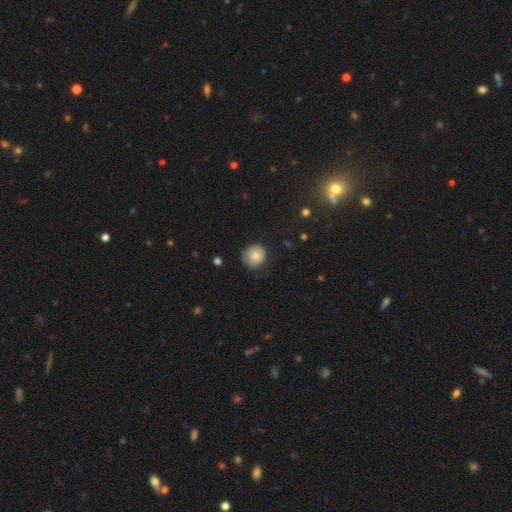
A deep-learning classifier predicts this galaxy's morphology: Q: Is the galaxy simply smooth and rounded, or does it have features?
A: smooth — 79%.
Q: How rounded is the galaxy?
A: round — 87%.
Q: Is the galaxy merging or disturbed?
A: none — 75%.